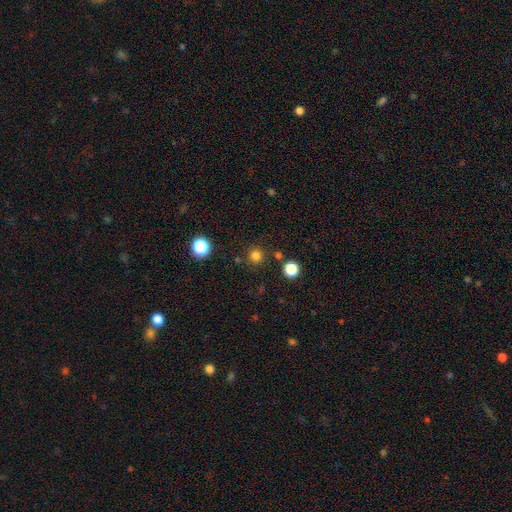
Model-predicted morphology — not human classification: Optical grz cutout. It shows a smooth galaxy with no disk features (78%) that is round (95%). Merging: none (87%).